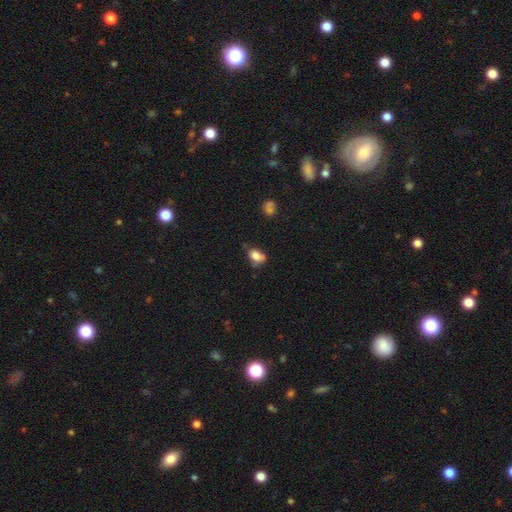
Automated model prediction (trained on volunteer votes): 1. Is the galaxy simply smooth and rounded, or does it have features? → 78% smooth, 12% featured or disk, 10% star or artifact.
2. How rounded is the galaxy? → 80% in between, 18% round, 2% cigar-shaped.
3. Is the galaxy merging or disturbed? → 43% none, 35% minor disturbance, 12% major disturbance, 10% merger.